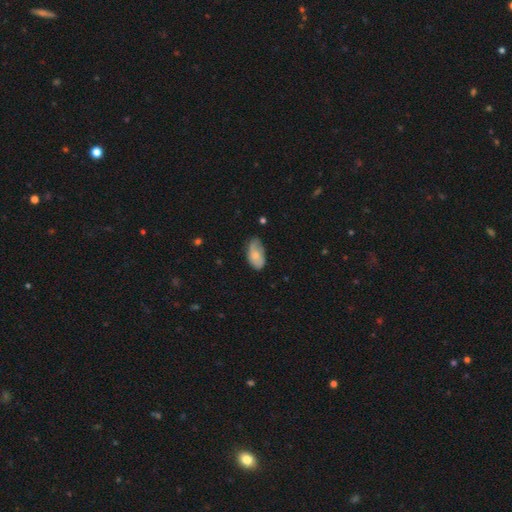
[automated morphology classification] Smooth or featured: smooth — 66% (featured or disk — 27%)
How rounded: in between — 94% (round — 4%)
Merging: none — 55% (minor disturbance — 34%)